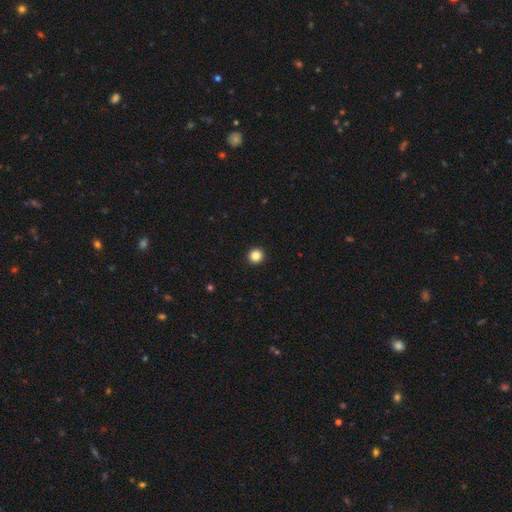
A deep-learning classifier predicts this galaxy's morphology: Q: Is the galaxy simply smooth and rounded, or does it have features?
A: smooth — 86%.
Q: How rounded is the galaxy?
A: round — 95%.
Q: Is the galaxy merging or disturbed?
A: none — 94%.